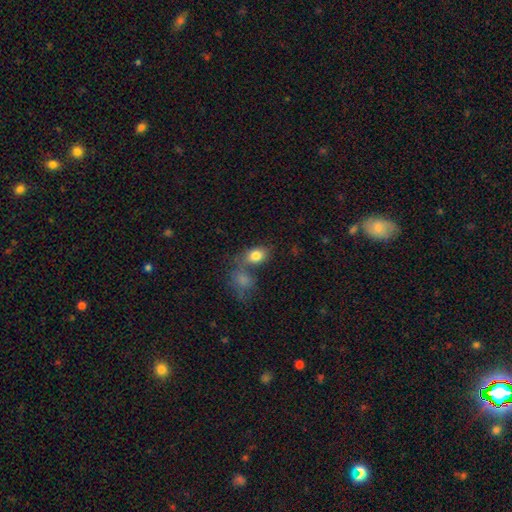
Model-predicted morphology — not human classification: smooth_or_featured: smooth (p=0.82) [alt: star or artifact p=0.09]
how_rounded: in between (p=0.72) [alt: round p=0.26]
merging: none (p=0.48) [alt: merger p=0.34]